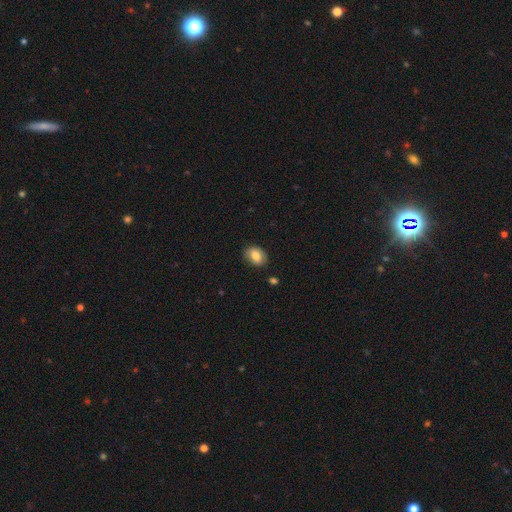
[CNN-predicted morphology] Smooth or featured?
  - smooth: 78% *
  - featured or disk: 14%
  - star or artifact: 8%
How rounded?
  - in between: 77% *
  - round: 22%
  - cigar-shaped: 1%
Merging?
  - none: 81% *
  - minor disturbance: 14%
  - major disturbance: 3%
  - merger: 2%